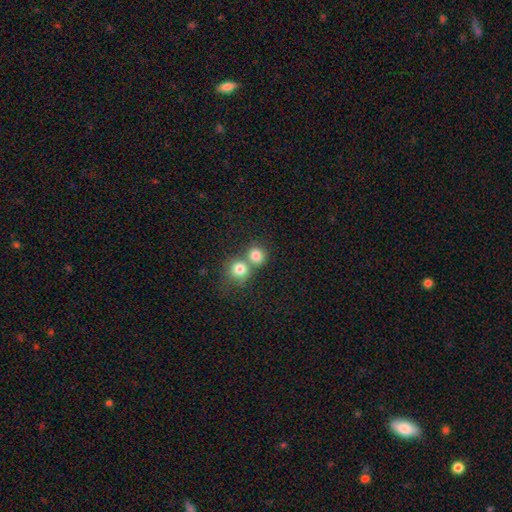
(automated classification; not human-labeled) smooth 81%, star or artifact 11%, featured or disk 8%. Down the decision tree: how rounded — round (82%); merging — merger (47%).